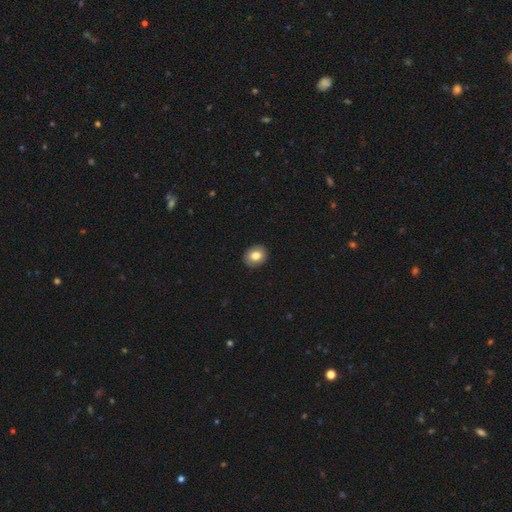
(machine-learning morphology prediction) This appears to be a smooth galaxy with no disk features (81%) that is round (55%). Merging: none (91%).